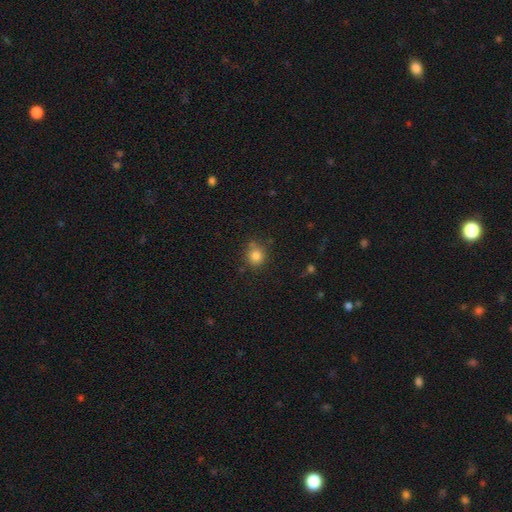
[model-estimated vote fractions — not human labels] Overall: smooth (82%). How rounded: round (87%). Merging: none (74%).